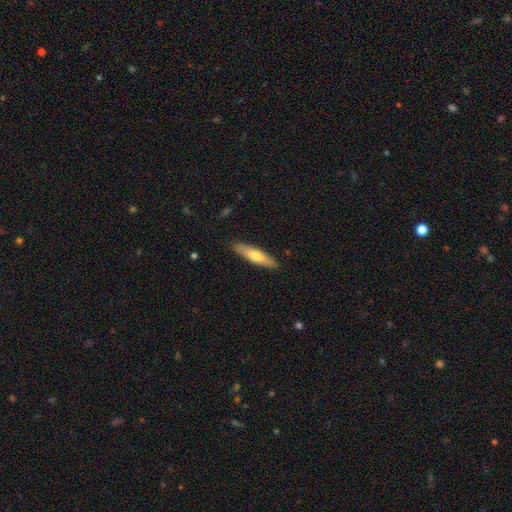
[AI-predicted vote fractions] Morphology: type=smooth (62%); roundness=cigar-shaped (80%); merging=none (88%).